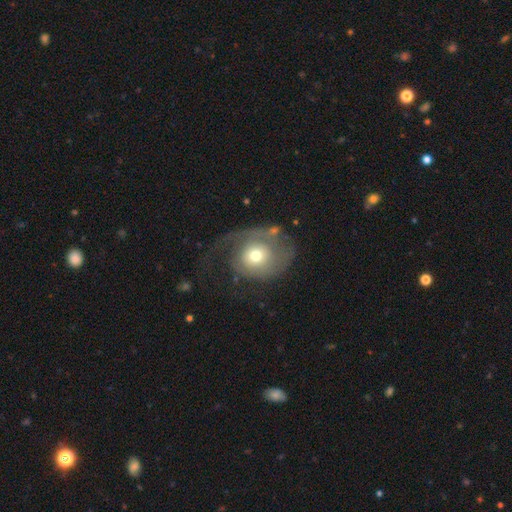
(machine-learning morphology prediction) This is possibly a featured or disk galaxy (51%). It is clearly not viewed edge-on (95%). Merging: possibly major disturbance (48%).